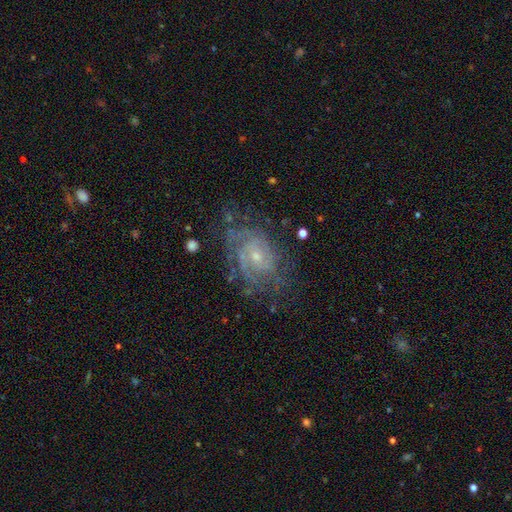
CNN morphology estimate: smooth-or-featured: featured or disk: 83% | smooth: 9% | star or artifact: 8%
  disk-edge-on: no: 97% | yes: 3%
    bar: no: 66% | weak: 29% | strong: 5%
    has-spiral-arms: yes: 92% | no: 8%
      spiral-winding: tight: 63% | medium: 30% | loose: 7%
      spiral-arm-count: can't tell: 37% | 2: 31% | 3: 14% | 4: 8% | 1: 5% | more than 4: 5%
    bulge-size: small: 64% | moderate: 31% | none: 2% | large: 1% | dominant: 1%
  merging: none: 65% | minor disturbance: 21% | major disturbance: 12% | merger: 2%